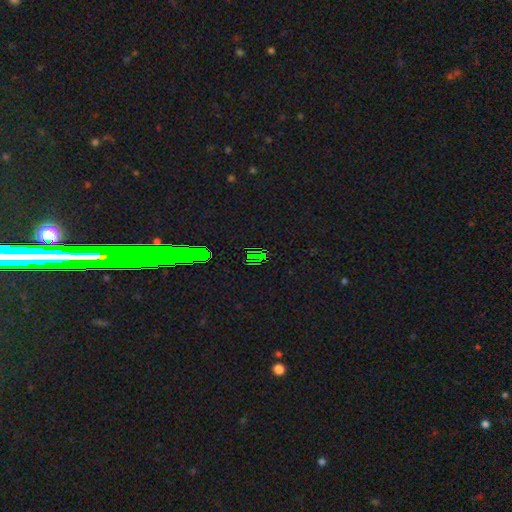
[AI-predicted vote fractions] Overall: star or artifact (78%).